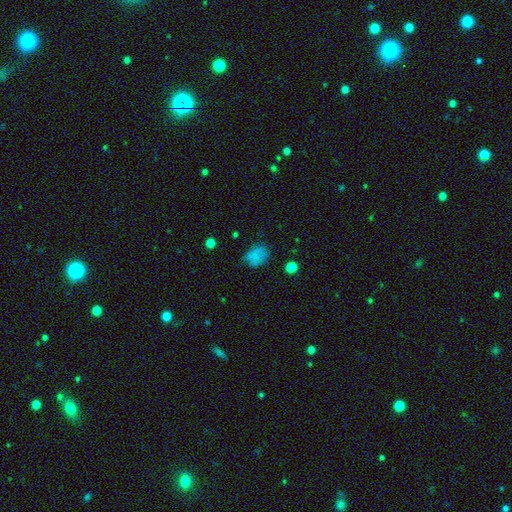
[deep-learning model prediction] A smooth galaxy with no disk features (75%) that is in between round and cigar-shaped (63%). Merging: none (58%).